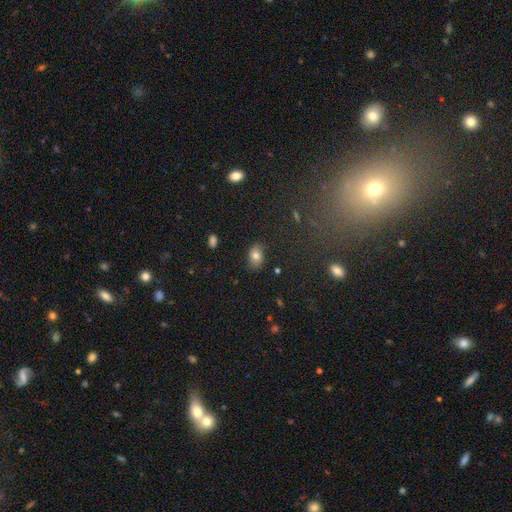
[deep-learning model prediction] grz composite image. It shows a smooth galaxy with no disk features (77%) that is in between round and cigar-shaped (78%). Merging: none (80%).